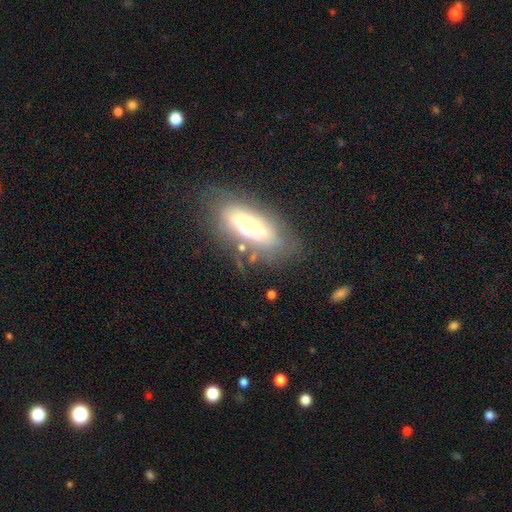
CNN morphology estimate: The model was most divided on "smooth or featured": smooth: 49%, featured or disk: 38%, star or artifact: 14%. More confident: merging — none (76%).